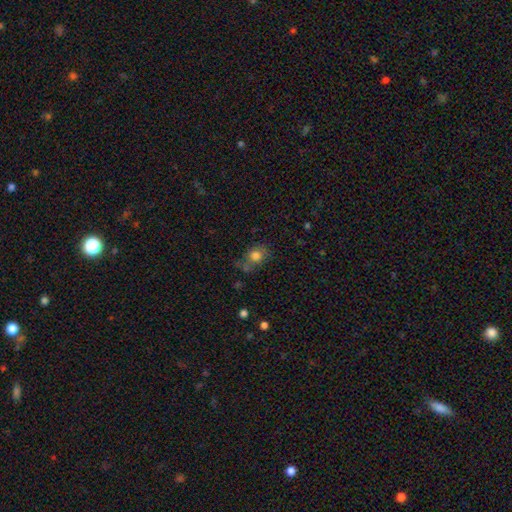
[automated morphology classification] A smooth galaxy with no disk features (79%) that is round (63%). Merging: none (62%).